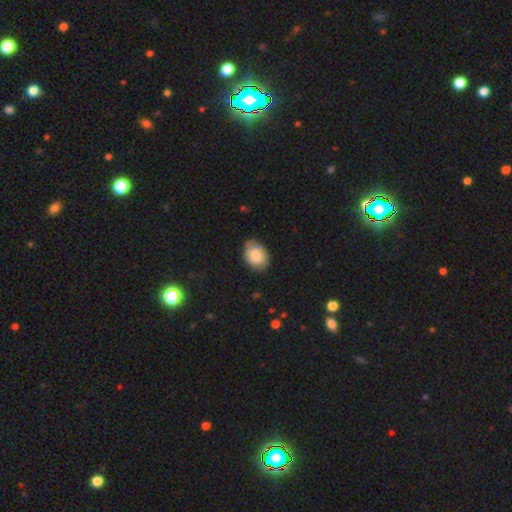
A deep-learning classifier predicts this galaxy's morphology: The model was most divided on "merging": none: 71%, minor disturbance: 24%, major disturbance: 4%, merger: 1%. More confident: how rounded — in between (76%); smooth or featured — smooth (73%).